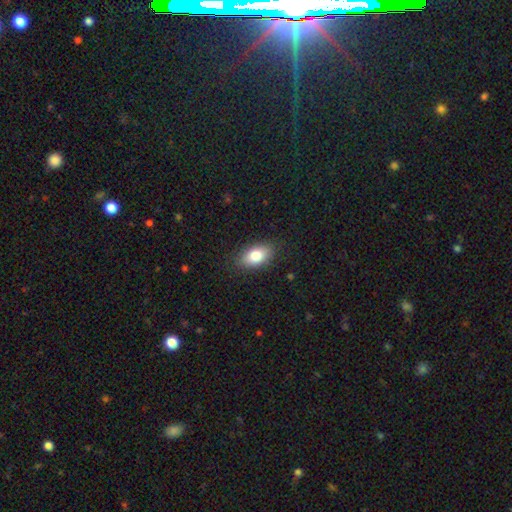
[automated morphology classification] smooth_or_featured: smooth (p=0.80) [alt: featured or disk p=0.12]
how_rounded: in between (p=0.90) [alt: round p=0.07]
merging: none (p=0.86) [alt: minor disturbance p=0.11]